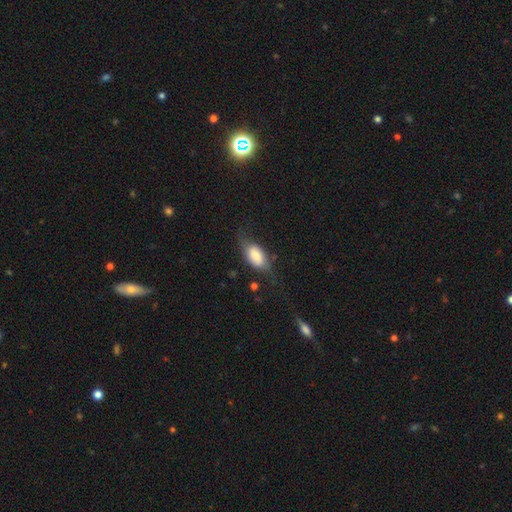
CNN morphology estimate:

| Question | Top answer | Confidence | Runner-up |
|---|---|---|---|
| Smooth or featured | smooth | 71% | featured or disk (22%) |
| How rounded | in between | 88% | cigar-shaped (7%) |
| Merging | none | 51% | minor disturbance (29%) |